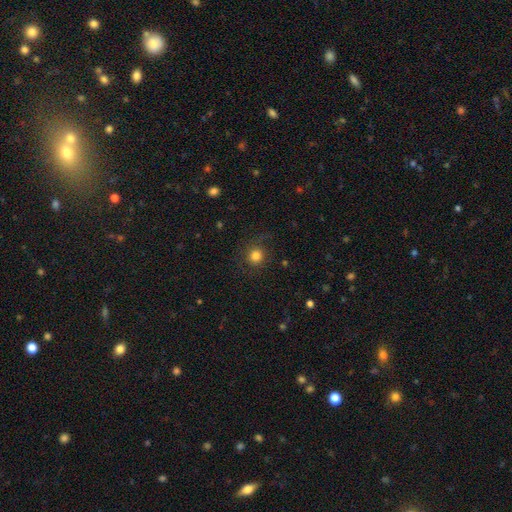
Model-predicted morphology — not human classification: Overall: smooth (81%). How rounded: round (93%). Merging: none (82%).